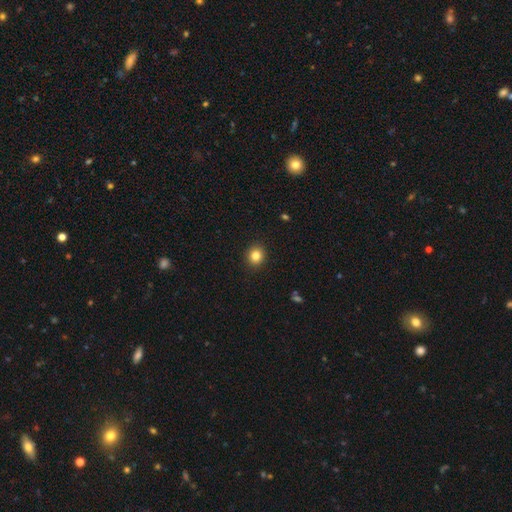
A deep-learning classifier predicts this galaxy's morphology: smooth_or_featured: smooth (p=0.83) [alt: star or artifact p=0.11]
how_rounded: round (p=0.77) [alt: in between p=0.22]
merging: none (p=0.91) [alt: minor disturbance p=0.06]